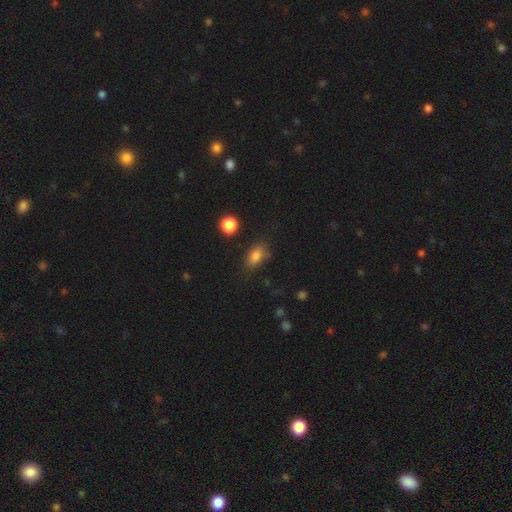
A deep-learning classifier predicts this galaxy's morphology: Smooth or featured? Predicted: smooth (p=0.81). How rounded? Predicted: in between (p=0.82). Merging? Predicted: none (p=0.71).